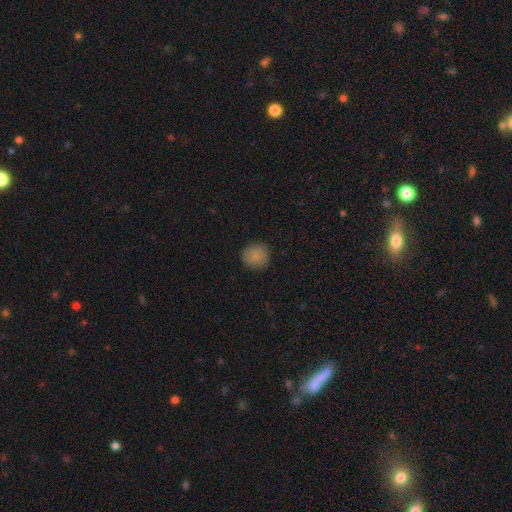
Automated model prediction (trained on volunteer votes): smooth_or_featured: smooth (p=0.84) [alt: star or artifact p=0.09]
how_rounded: round (p=0.85) [alt: in between p=0.14]
merging: none (p=0.85) [alt: minor disturbance p=0.11]